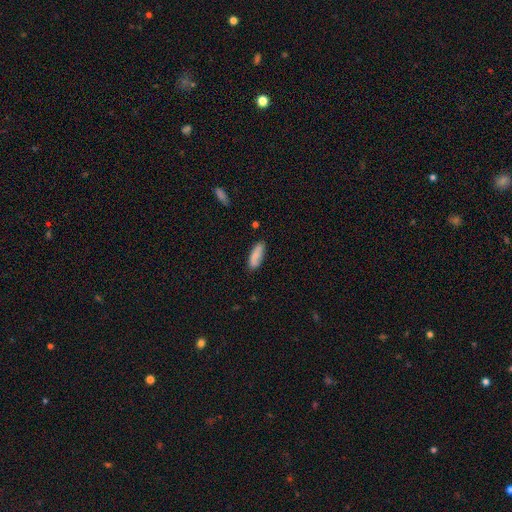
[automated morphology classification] Smooth or featured? Predicted: smooth (p=0.82). How rounded? Predicted: in between (p=0.65). Merging? Predicted: none (p=0.79).